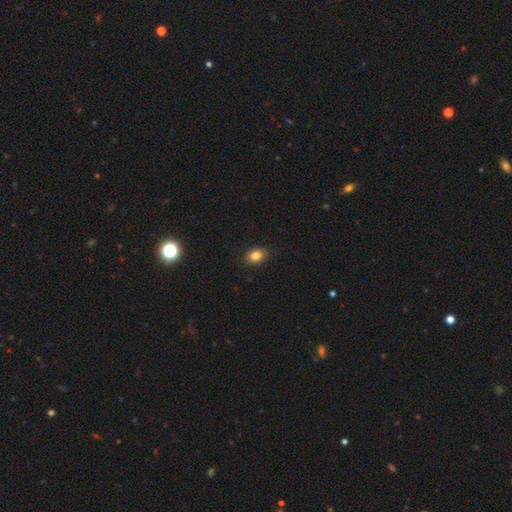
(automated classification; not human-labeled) A smooth galaxy with no disk features (84%) that is in between round and cigar-shaped (72%). Merging: none (87%).